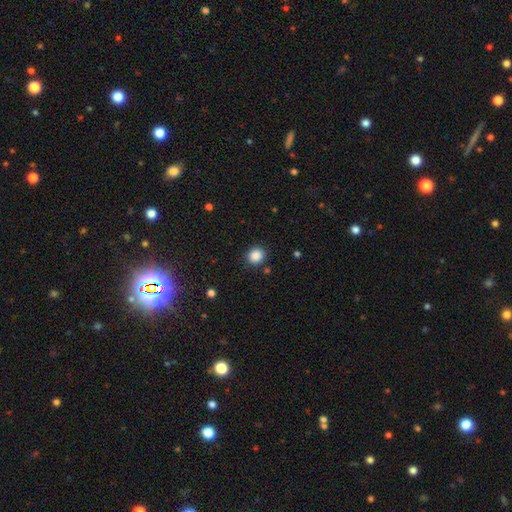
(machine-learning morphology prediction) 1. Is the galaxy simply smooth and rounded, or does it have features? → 87% smooth, 10% star or artifact, 3% featured or disk.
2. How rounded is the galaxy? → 83% round, 16% in between, 1% cigar-shaped.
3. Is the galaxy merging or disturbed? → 87% none, 8% minor disturbance, 3% major disturbance, 2% merger.